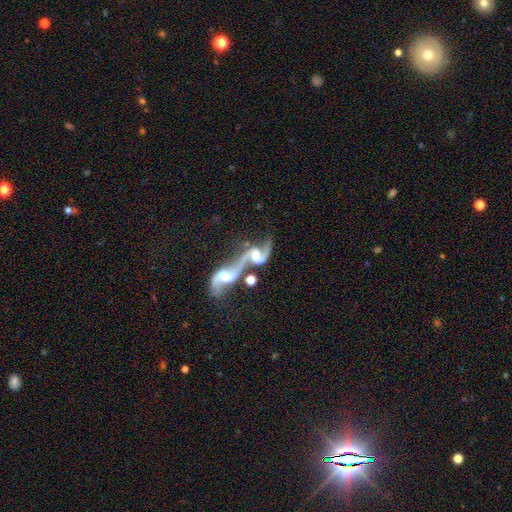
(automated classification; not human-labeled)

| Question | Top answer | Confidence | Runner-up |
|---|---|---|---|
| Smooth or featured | featured or disk | 86% | smooth (8%) |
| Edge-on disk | no | 95% | yes (5%) |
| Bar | weak | 42% | no (39%) |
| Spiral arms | yes | 95% | no (5%) |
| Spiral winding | loose | 71% | medium (24%) |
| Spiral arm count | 2 | 89% | 1 (6%) |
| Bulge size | moderate | 45% | small (29%) |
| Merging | merger | 63% | none (19%) |